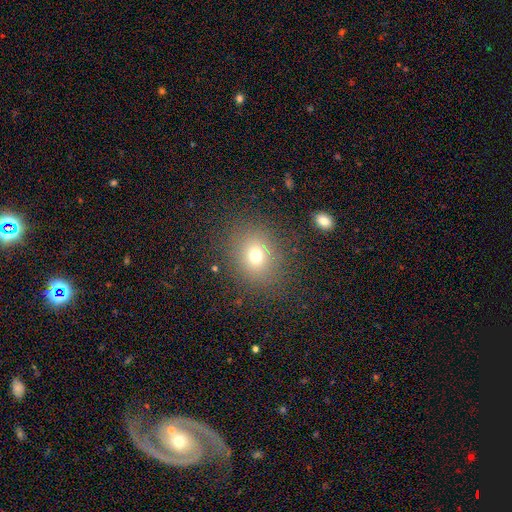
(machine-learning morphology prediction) Smooth or featured? smooth (70%)
How rounded? round (67%)
Merging? none (84%)